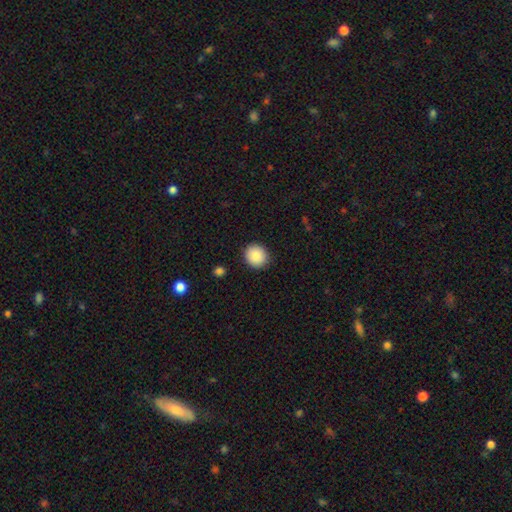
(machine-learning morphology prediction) Smooth or featured? Predicted: smooth (p=0.89). How rounded? Predicted: round (p=0.87). Merging? Predicted: none (p=0.91).